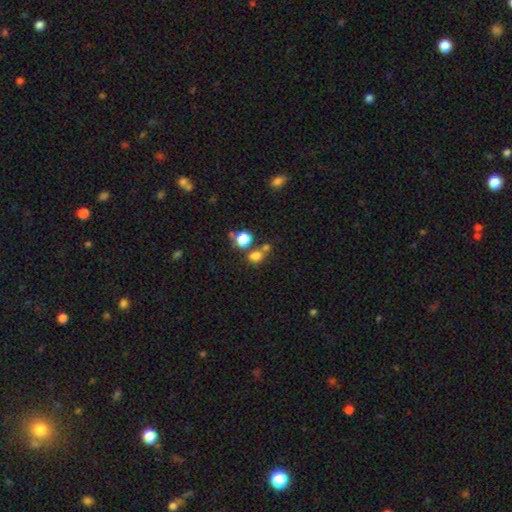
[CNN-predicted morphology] The model was most divided on "merging": none: 55%, merger: 28%, minor disturbance: 11%, major disturbance: 6%. More confident: smooth or featured — smooth (75%); how rounded — round (64%).